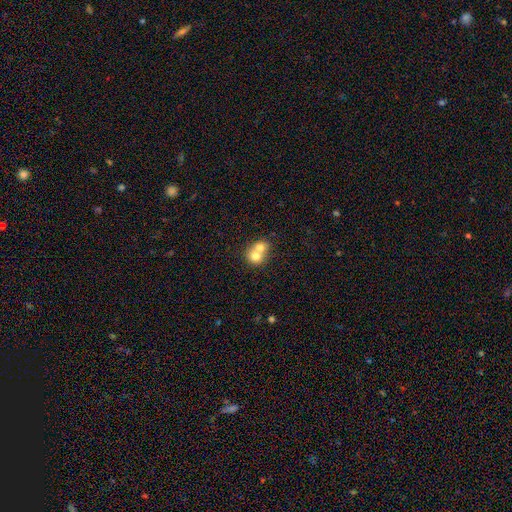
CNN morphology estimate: Smooth or featured? smooth (71%)
How rounded? round (73%)
Merging? merger (72%)